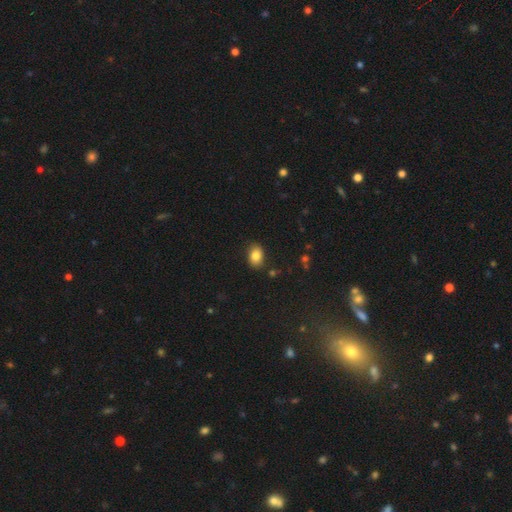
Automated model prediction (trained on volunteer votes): Q: Smooth or featured?
A: smooth (83%); runner-up: star or artifact (9%)
Q: How rounded?
A: in between (78%); runner-up: round (21%)
Q: Merging?
A: none (83%); runner-up: minor disturbance (12%)